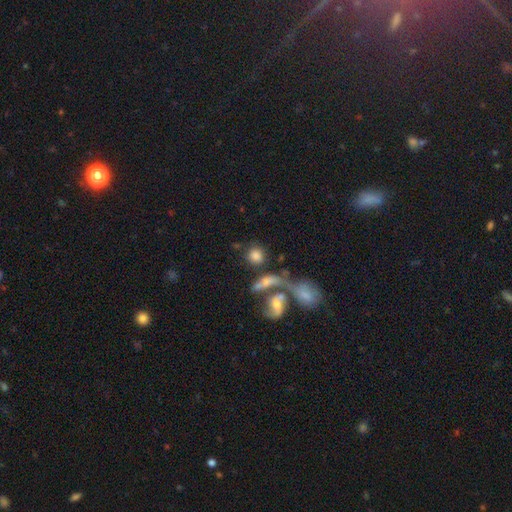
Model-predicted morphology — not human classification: Smooth or featured? Predicted: smooth (p=0.75). How rounded? Predicted: round (p=0.76). Merging? Predicted: none (p=0.50).